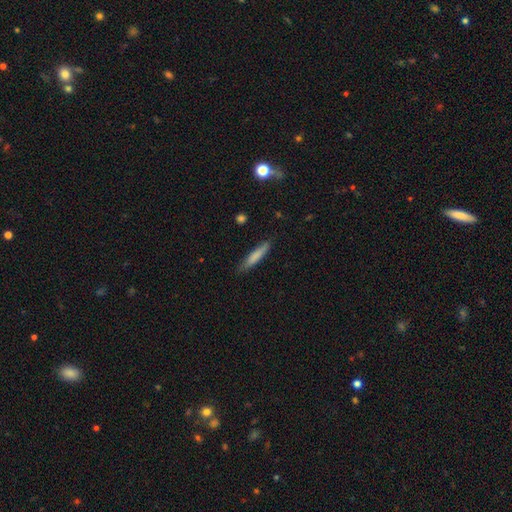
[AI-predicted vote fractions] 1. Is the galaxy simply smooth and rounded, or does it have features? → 79% smooth, 15% featured or disk, 6% star or artifact.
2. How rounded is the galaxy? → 88% cigar-shaped, 10% in between, 1% round.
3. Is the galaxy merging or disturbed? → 82% none, 14% minor disturbance, 2% major disturbance, 1% merger.